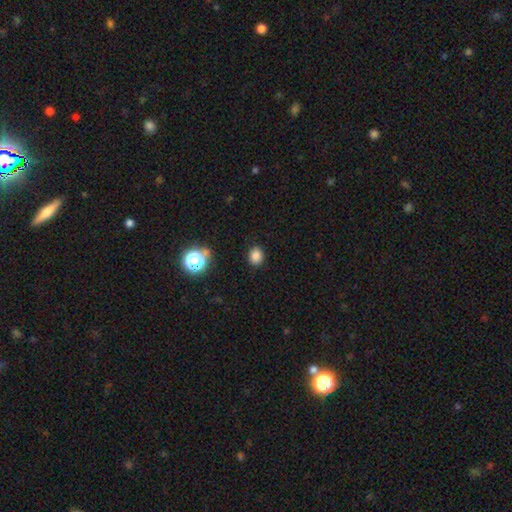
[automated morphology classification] Q: Smooth or featured?
A: smooth (82%); runner-up: star or artifact (14%)
Q: How rounded?
A: round (57%); runner-up: in between (42%)
Q: Merging?
A: none (87%); runner-up: minor disturbance (9%)